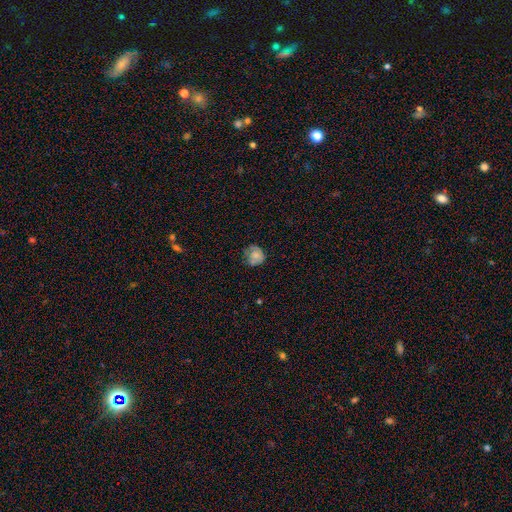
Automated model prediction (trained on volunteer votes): Smooth or featured: smooth — 64% (featured or disk — 26%)
How rounded: round — 79% (in between — 20%)
Merging: none — 59% (minor disturbance — 29%)